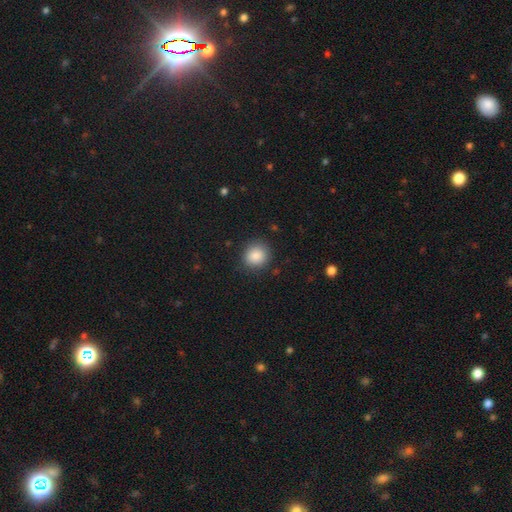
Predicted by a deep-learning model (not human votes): The model was most divided on "how rounded": round: 85%, in between: 14%, cigar-shaped: 1%. More confident: merging — none (86%); smooth or featured — smooth (86%).